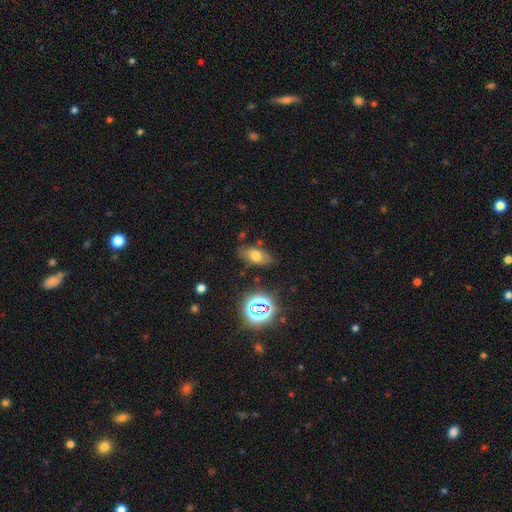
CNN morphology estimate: A smooth galaxy with no disk features (66%) that is in between round and cigar-shaped (85%). Merging: none (78%).